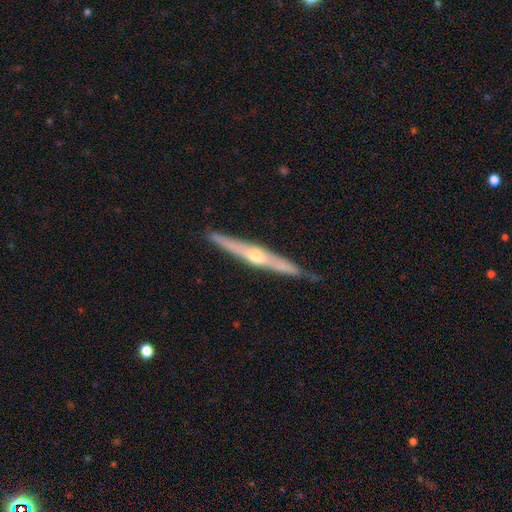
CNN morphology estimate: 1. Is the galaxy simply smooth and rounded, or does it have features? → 72% featured or disk, 22% smooth, 5% star or artifact.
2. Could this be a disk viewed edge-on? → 96% yes, 4% no.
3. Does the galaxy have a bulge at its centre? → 86% rounded, 11% none, 4% boxy.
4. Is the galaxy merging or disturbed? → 87% none, 11% minor disturbance, 2% major disturbance, 1% merger.